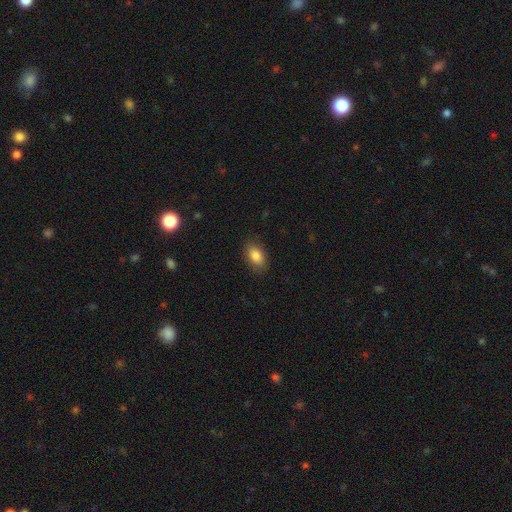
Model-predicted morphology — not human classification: The model was most divided on "merging": none: 84%, minor disturbance: 12%, major disturbance: 3%, merger: 1%. More confident: how rounded — in between (88%); smooth or featured — smooth (86%).